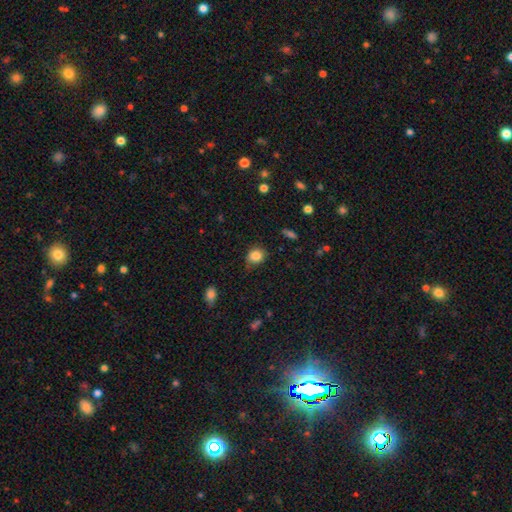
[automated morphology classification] Overall: smooth (85%). How rounded: round (69%; in between 30%). Merging: none (68%).